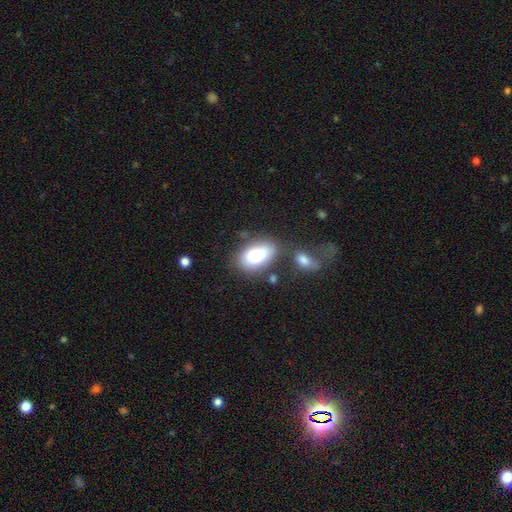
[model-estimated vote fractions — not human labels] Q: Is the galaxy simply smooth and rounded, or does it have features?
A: smooth — 78%.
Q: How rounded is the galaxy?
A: in between — 88%.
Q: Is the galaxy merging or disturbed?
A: none — 62%.